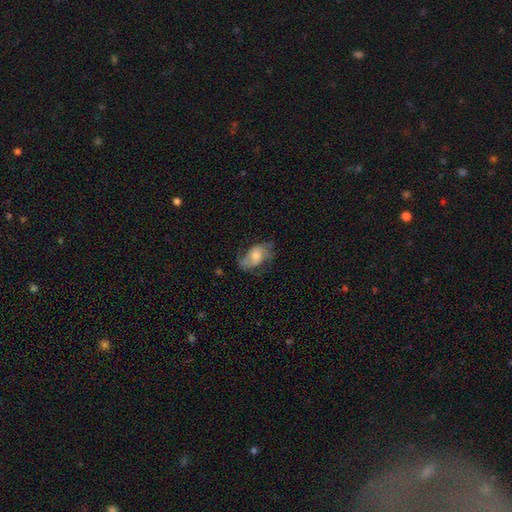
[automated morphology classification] Smooth or featured? Predicted: featured or disk (p=0.64). Edge-on disk? Predicted: no (p=0.96). Bar? Predicted: no (p=0.58). Spiral arms? Predicted: yes (p=0.86). Spiral winding? Predicted: loose (p=0.42, tied with medium). Spiral arm count? Predicted: 2 (p=0.70). Bulge size? Predicted: moderate (p=0.50). Merging? Predicted: none (p=0.58).